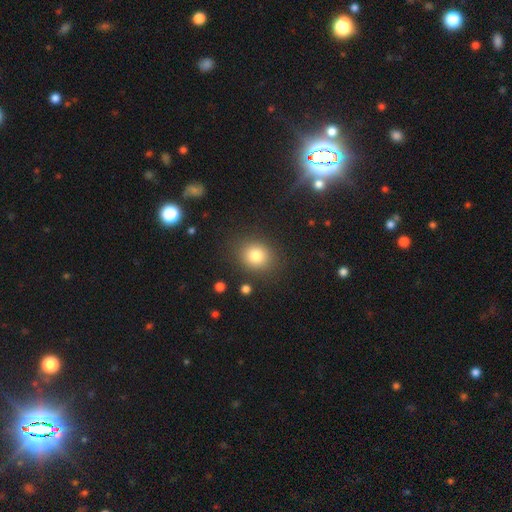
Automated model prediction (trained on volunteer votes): Morphology: type=smooth (81%); roundness=round (72%); merging=none (85%).